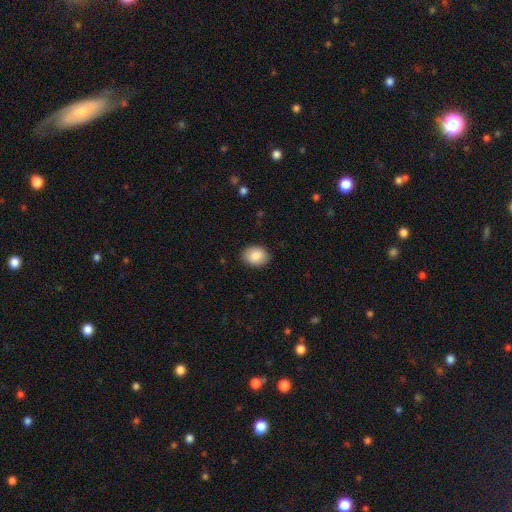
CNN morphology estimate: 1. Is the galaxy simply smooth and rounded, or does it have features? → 86% smooth, 7% featured or disk, 7% star or artifact.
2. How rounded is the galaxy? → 65% in between, 34% round, 1% cigar-shaped.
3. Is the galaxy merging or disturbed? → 87% none, 10% minor disturbance, 2% major disturbance, 1% merger.